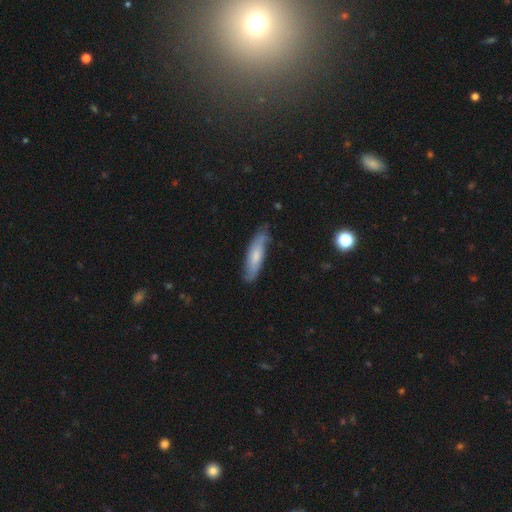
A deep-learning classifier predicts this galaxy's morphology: Smooth or featured: smooth — 57% (featured or disk — 36%)
How rounded: cigar-shaped — 69% (in between — 29%)
Merging: none — 74% (minor disturbance — 21%)